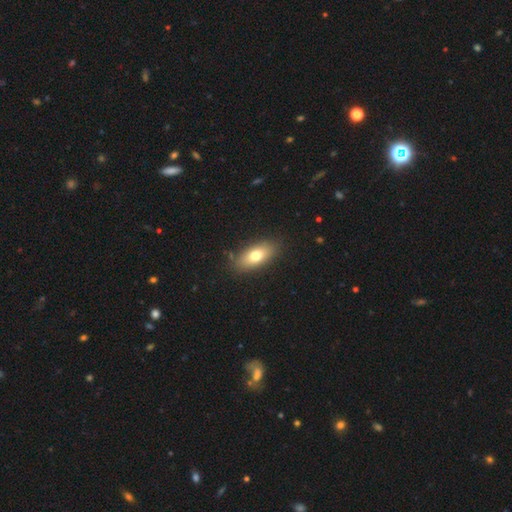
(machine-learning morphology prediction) Q: Smooth or featured?
A: smooth (73%); runner-up: featured or disk (19%)
Q: How rounded?
A: in between (83%); runner-up: cigar-shaped (12%)
Q: Merging?
A: none (85%); runner-up: minor disturbance (11%)